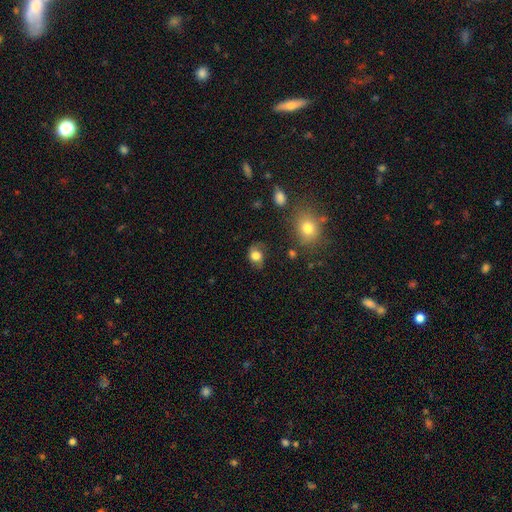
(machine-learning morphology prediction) Smooth or featured? smooth (64%)
How rounded? in between (50%)
Merging? none (60%)